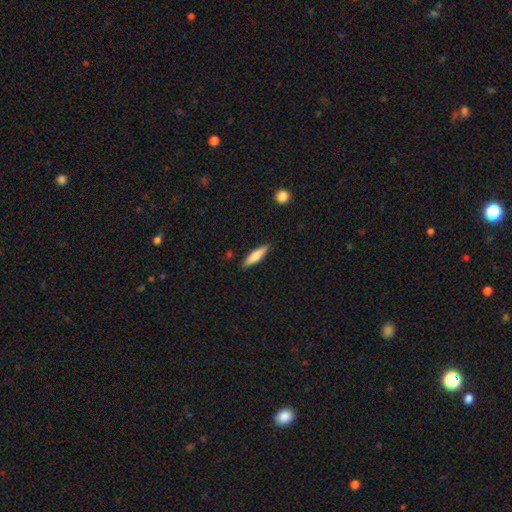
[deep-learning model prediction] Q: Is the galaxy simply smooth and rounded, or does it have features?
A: smooth — 75%.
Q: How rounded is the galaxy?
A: cigar-shaped — 68%.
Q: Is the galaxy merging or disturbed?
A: none — 88%.